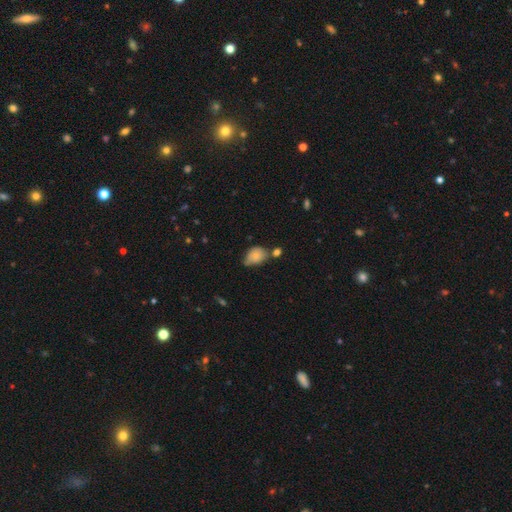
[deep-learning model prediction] smooth 75%, featured or disk 16%, star or artifact 9%. Down the decision tree: how rounded — in between (67%); merging — none (44%).